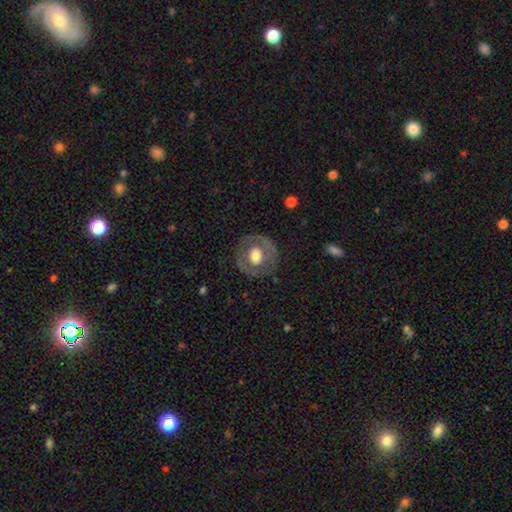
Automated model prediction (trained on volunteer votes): Smooth or featured? Predicted: featured or disk (p=0.49). Merging? Predicted: none (p=0.81).